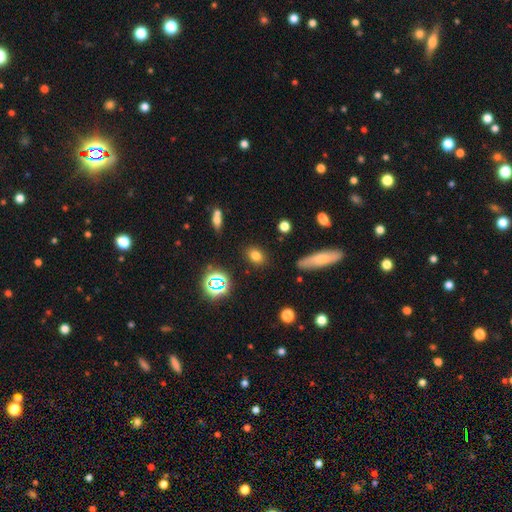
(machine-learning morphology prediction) Smooth or featured? Predicted: smooth (p=0.75). How rounded? Predicted: in between (p=0.66). Merging? Predicted: none (p=0.85).